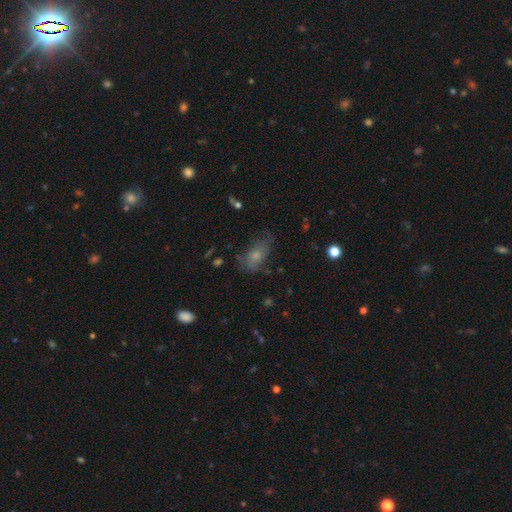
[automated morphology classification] type=smooth (58%); roundness=in between (85%); merging=none (49%).